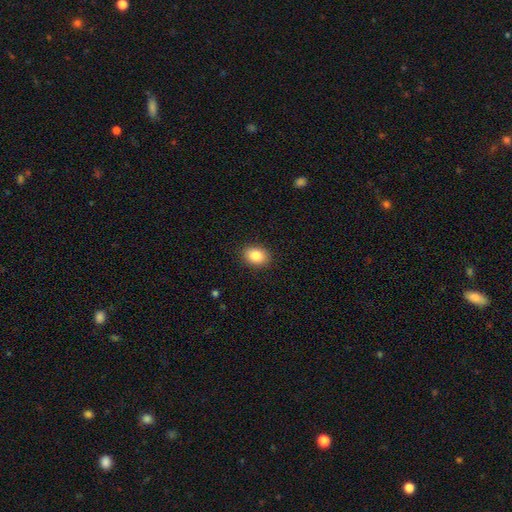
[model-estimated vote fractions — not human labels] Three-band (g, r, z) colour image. It shows a smooth galaxy with no disk features (86%) that is in between round and cigar-shaped (66%). Merging: none (89%).